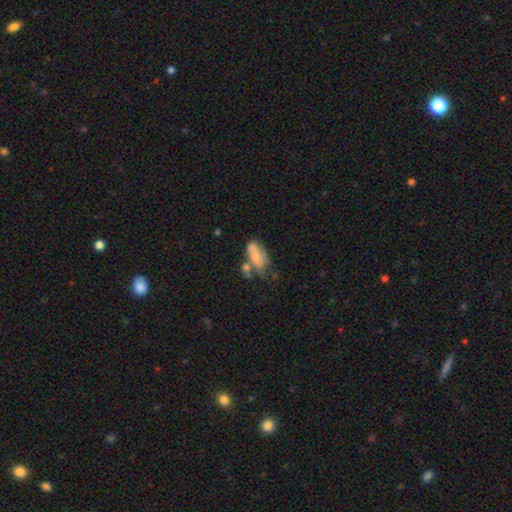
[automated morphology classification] Smooth or featured? smooth (59%)
How rounded? in between (90%)
Merging? merger (34%)